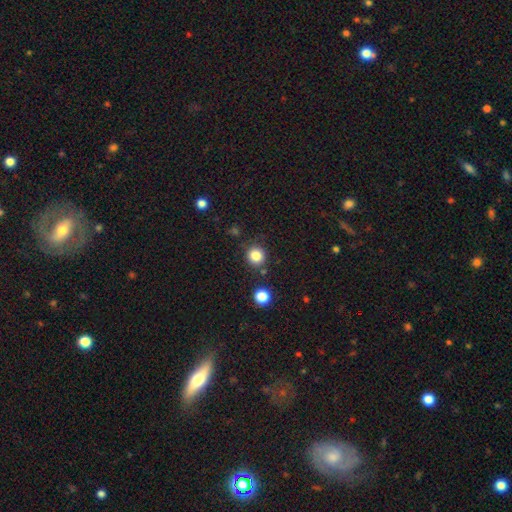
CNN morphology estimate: Overall: smooth (83%). How rounded: round (90%). Merging: none (82%).